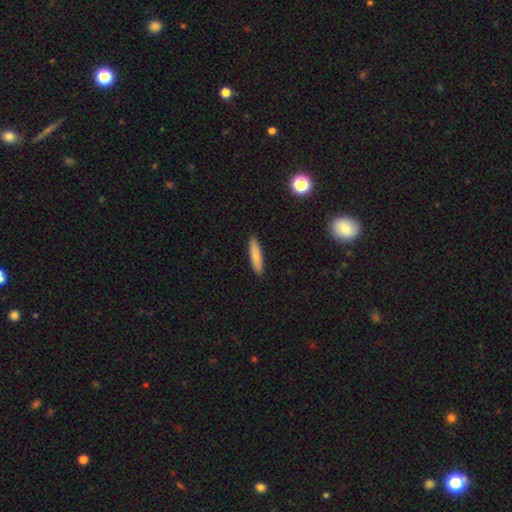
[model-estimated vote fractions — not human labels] A smooth galaxy with no disk features (83%) that is cigar-shaped (84%).

Vote fractions:
- Smooth or featured? smooth: 83% / featured or disk: 11% / star or artifact: 7%
- How rounded? cigar-shaped: 84% / in between: 15% / round: 1%
- Merging? none: 91% / minor disturbance: 7% / major disturbance: 1% / merger: 1%